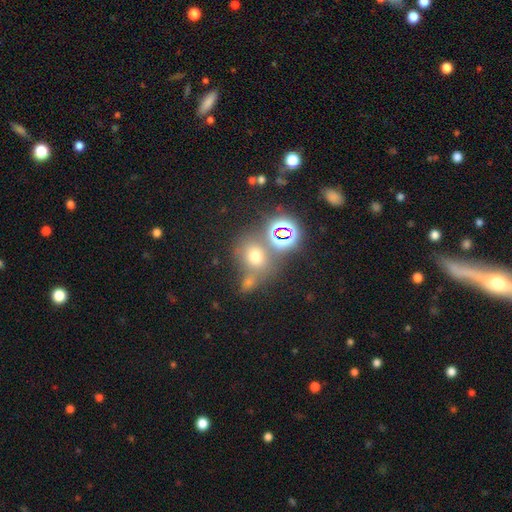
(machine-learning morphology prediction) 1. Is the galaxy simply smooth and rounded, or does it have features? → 60% smooth, 28% star or artifact, 12% featured or disk.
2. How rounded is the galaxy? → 73% round, 25% in between, 1% cigar-shaped.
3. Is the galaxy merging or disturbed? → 57% none, 25% merger, 11% minor disturbance, 6% major disturbance.